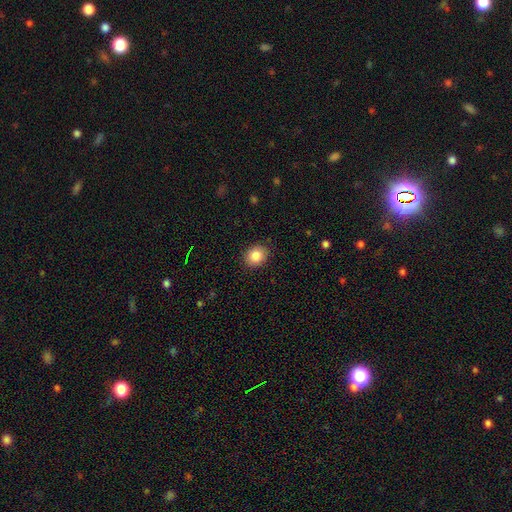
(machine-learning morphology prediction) Smooth or featured: smooth — 85% (star or artifact — 9%)
How rounded: round — 60% (in between — 39%)
Merging: none — 89% (minor disturbance — 8%)